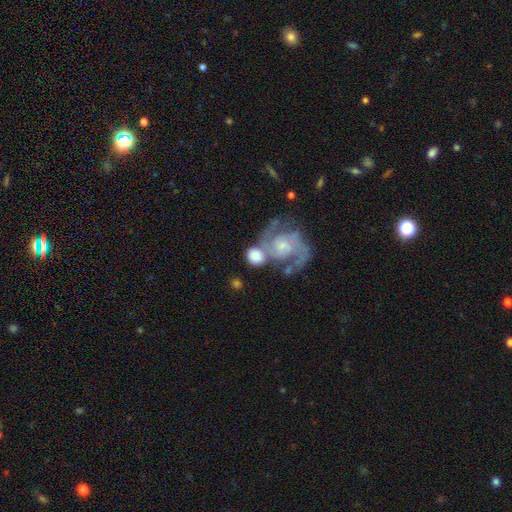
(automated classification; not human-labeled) featured or disk 48%, smooth 45%, star or artifact 7%. Down the decision tree: merging — none (41%).